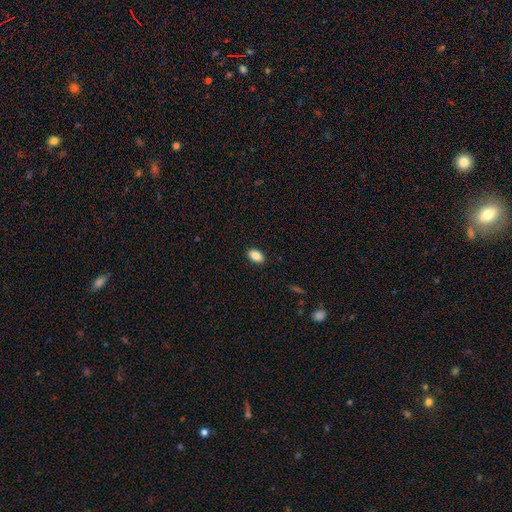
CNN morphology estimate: A smooth galaxy with no disk features (87%) that is in between round and cigar-shaped (91%).

Vote fractions:
- Smooth or featured? smooth: 87% / star or artifact: 8% / featured or disk: 6%
- How rounded? in between: 91% / round: 7% / cigar-shaped: 2%
- Merging? none: 90% / minor disturbance: 7% / major disturbance: 2% / merger: 1%